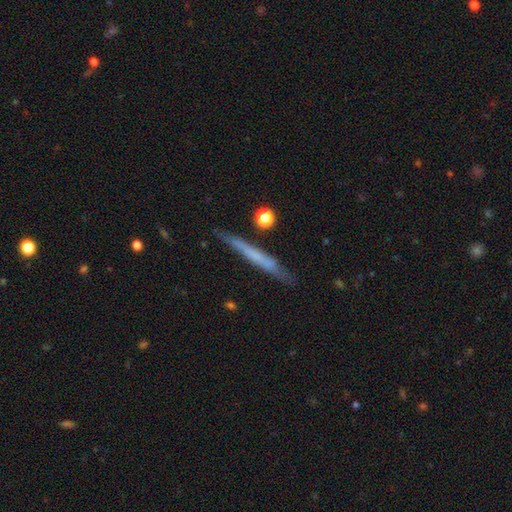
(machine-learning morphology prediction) type=featured or disk (49%); merging=none (81%).